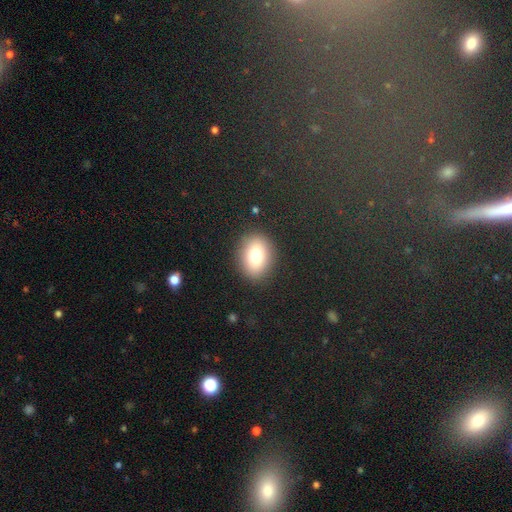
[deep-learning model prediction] The model was most divided on "how rounded": in between: 57%, round: 42%, cigar-shaped: 1%. More confident: merging — none (88%); smooth or featured — smooth (77%).